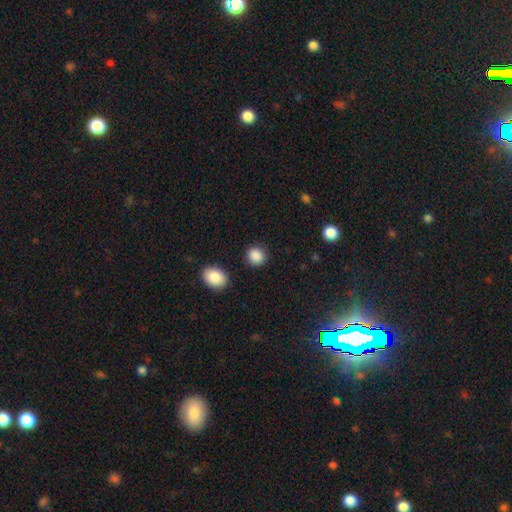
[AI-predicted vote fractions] This is clearly a smooth galaxy (88%). How rounded: clearly round (82%). Merging: clearly none (87%).